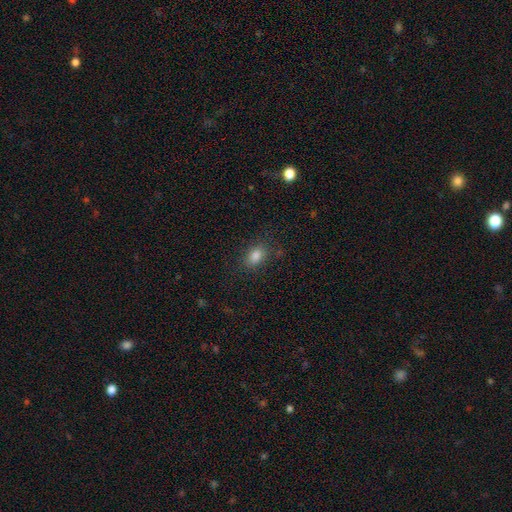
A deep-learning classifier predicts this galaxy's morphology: Overall: smooth (83%). How rounded: in between (82%). Merging: none (82%).